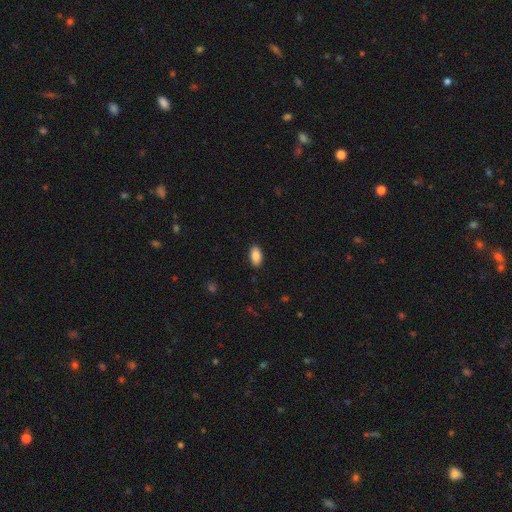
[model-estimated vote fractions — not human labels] A smooth galaxy with no disk features (88%) that is in between round and cigar-shaped (93%). Merging: none (89%).